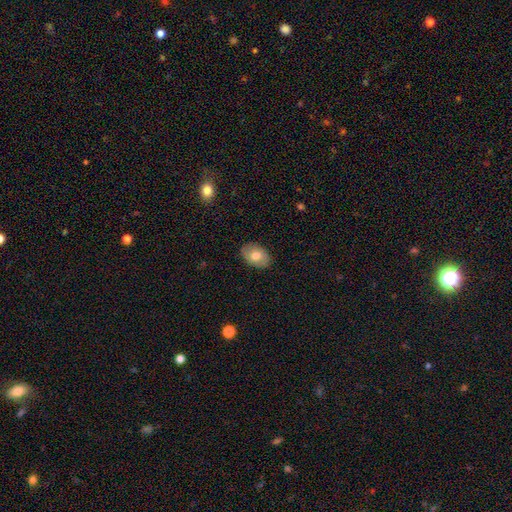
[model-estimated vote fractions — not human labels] The model was most divided on "smooth or featured": smooth: 73%, featured or disk: 21%, star or artifact: 7%. More confident: merging — none (86%); how rounded — in between (84%).